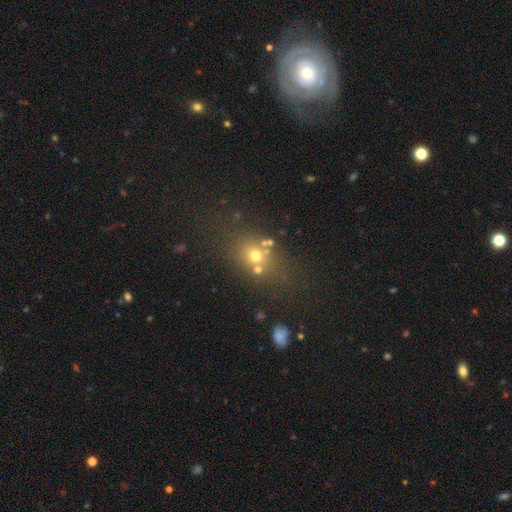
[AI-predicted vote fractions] smooth-or-featured: smooth: 59% | star or artifact: 23% | featured or disk: 18%
  how-rounded: round: 56% | in between: 42% | cigar-shaped: 2%
  merging: none: 61% | merger: 19% | minor disturbance: 13% | major disturbance: 7%